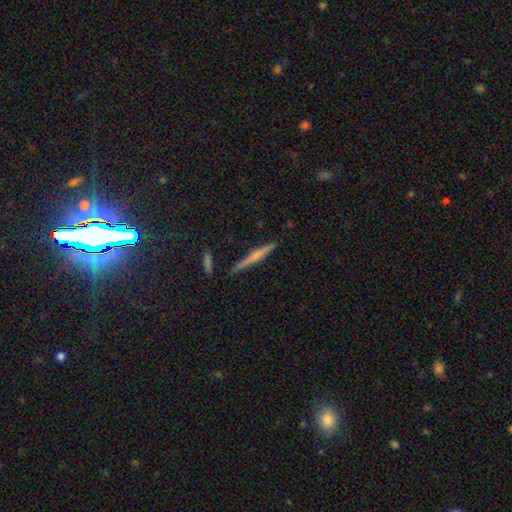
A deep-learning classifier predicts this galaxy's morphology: Overall: featured or disk (52%; smooth 41%). Edge-on disk: yes (97%). Edge-on bulge: rounded (50%; none 32%). Merging: none (86%).